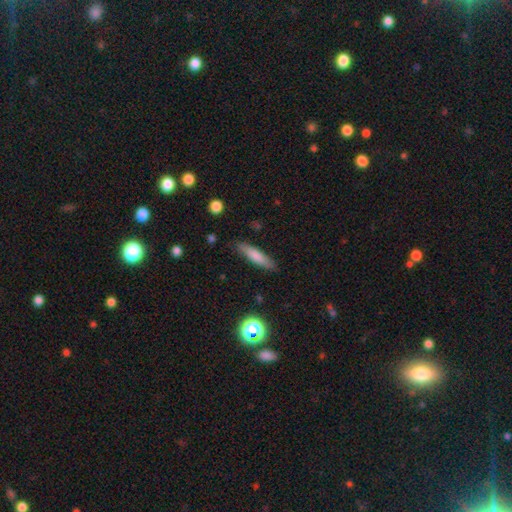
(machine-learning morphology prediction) smooth_or_featured: smooth (p=0.76) [alt: featured or disk p=0.17]
how_rounded: cigar-shaped (p=0.78) [alt: in between p=0.21]
merging: none (p=0.85) [alt: minor disturbance p=0.11]